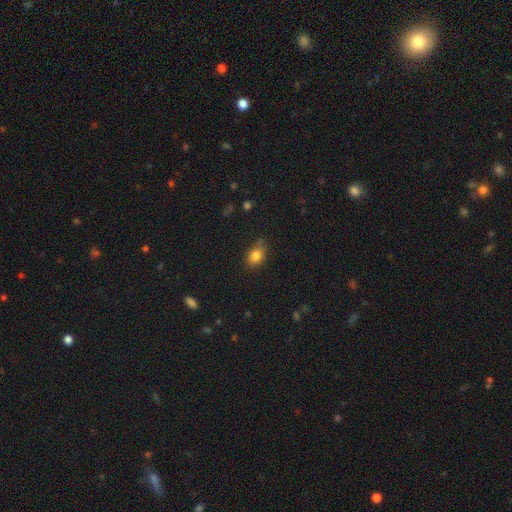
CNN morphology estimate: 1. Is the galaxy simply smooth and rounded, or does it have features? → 82% smooth, 10% star or artifact, 7% featured or disk.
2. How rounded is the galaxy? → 68% in between, 30% round, 2% cigar-shaped.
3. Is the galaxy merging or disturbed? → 73% none, 21% minor disturbance, 4% major disturbance, 2% merger.